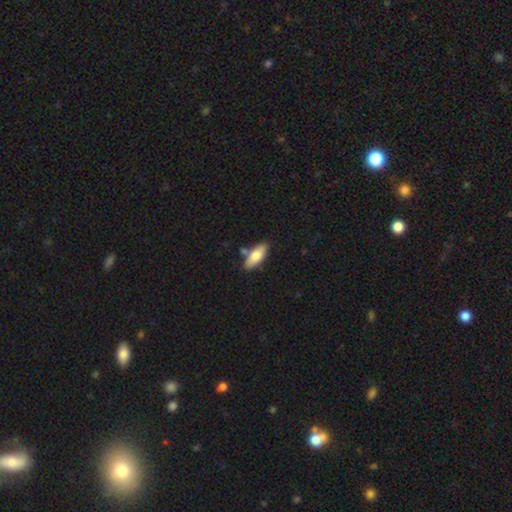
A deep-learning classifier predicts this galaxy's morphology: smooth-or-featured: smooth: 75% | featured or disk: 19% | star or artifact: 6%
  how-rounded: in between: 73% | cigar-shaped: 25% | round: 2%
  merging: none: 76% | minor disturbance: 13% | merger: 9% | major disturbance: 3%